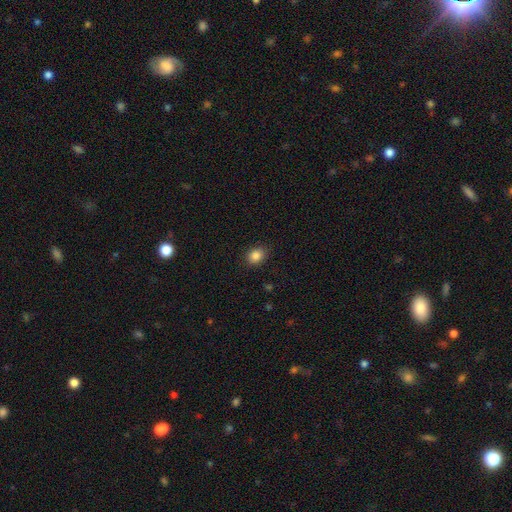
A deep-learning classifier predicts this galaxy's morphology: type=smooth (85%); roundness=in between (54%); merging=none (87%).